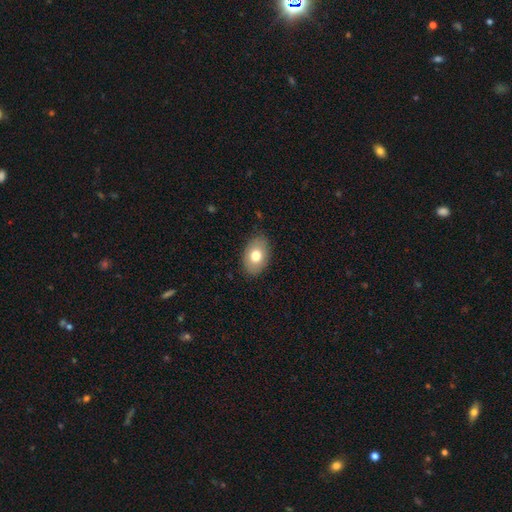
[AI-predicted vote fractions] Smooth or featured? Predicted: smooth (p=0.74). How rounded? Predicted: in between (p=0.86). Merging? Predicted: none (p=0.84).